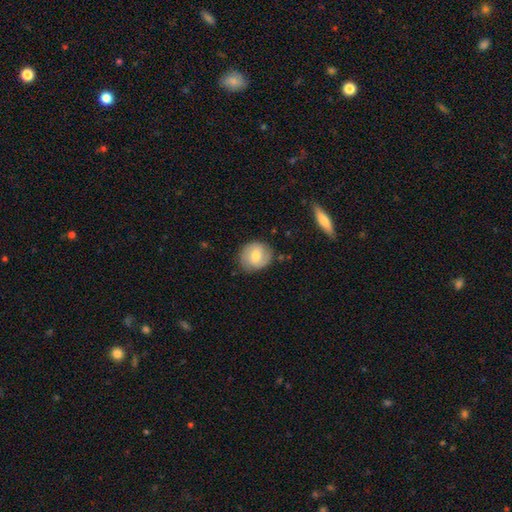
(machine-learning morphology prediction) Smooth or featured?
  - smooth: 60% *
  - featured or disk: 33%
  - star or artifact: 7%
How rounded?
  - round: 78% *
  - in between: 21%
  - cigar-shaped: 1%
Merging?
  - none: 78% *
  - minor disturbance: 16%
  - major disturbance: 4%
  - merger: 2%